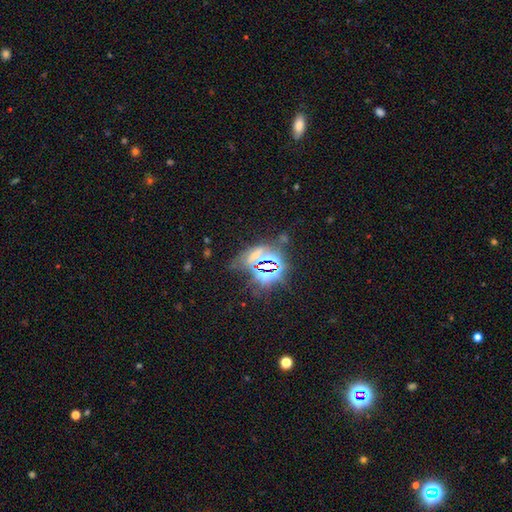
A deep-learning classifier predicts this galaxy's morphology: A star or artifact, not a galaxy (70%).

Vote fractions:
- Smooth or featured? star or artifact: 70% / smooth: 20% / featured or disk: 11%